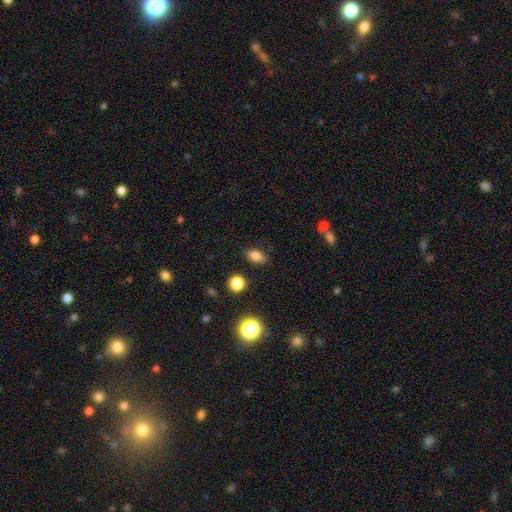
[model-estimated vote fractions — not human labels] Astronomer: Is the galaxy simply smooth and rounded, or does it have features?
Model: smooth — 81%.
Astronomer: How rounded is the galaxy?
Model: in between — 82%.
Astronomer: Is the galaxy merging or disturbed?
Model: none — 85%.